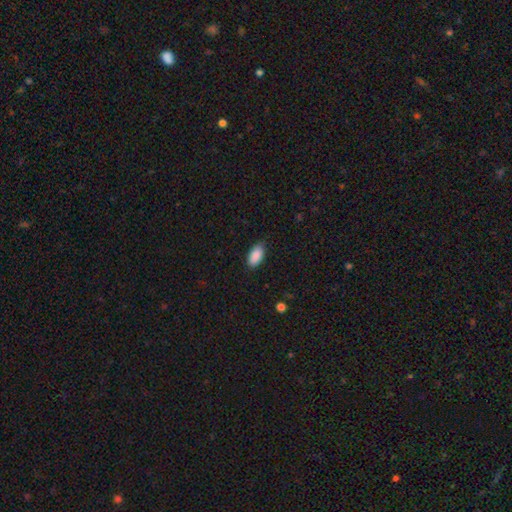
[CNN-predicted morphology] Q: Smooth or featured?
A: smooth (89%); runner-up: star or artifact (7%)
Q: How rounded?
A: in between (93%); runner-up: cigar-shaped (5%)
Q: Merging?
A: none (83%); runner-up: minor disturbance (14%)